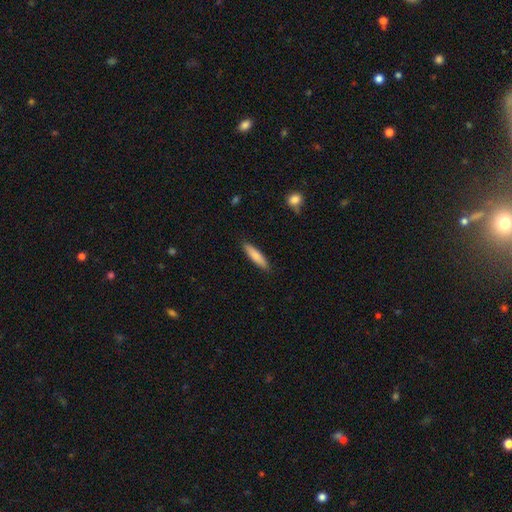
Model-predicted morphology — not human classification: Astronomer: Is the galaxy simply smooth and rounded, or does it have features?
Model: smooth — 81%.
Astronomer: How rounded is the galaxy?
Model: cigar-shaped — 74%.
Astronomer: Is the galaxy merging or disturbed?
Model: none — 88%.